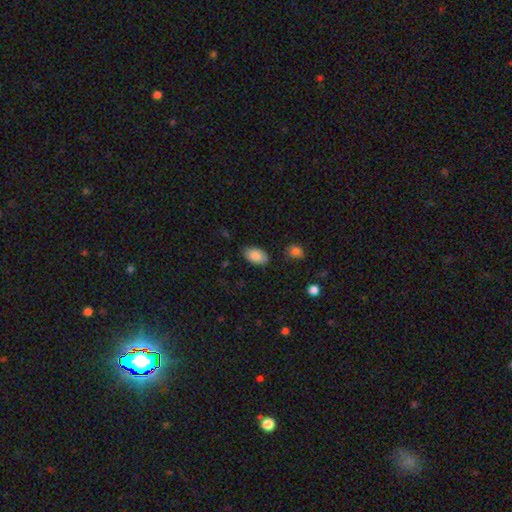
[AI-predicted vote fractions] Smooth or featured? Predicted: smooth (p=0.86). How rounded? Predicted: in between (p=0.93). Merging? Predicted: none (p=0.81).